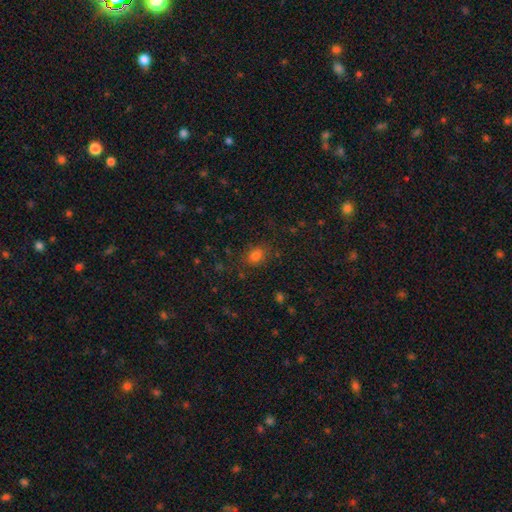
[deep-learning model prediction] Morphology: type=smooth (78%); roundness=in between (51%); merging=none (79%).